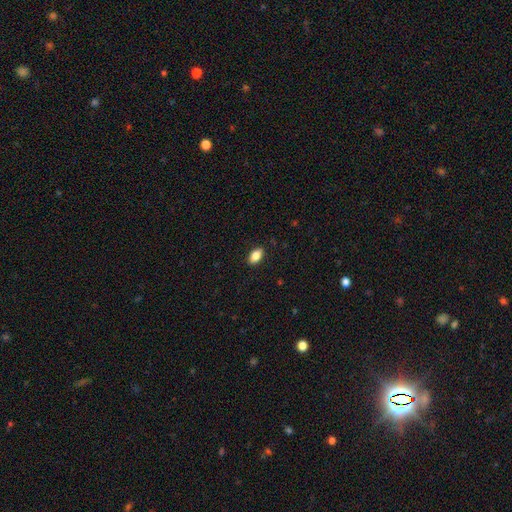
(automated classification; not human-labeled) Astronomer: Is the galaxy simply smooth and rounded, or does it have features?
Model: smooth — 84%.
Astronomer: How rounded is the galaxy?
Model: in between — 91%.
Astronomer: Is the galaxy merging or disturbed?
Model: none — 88%.